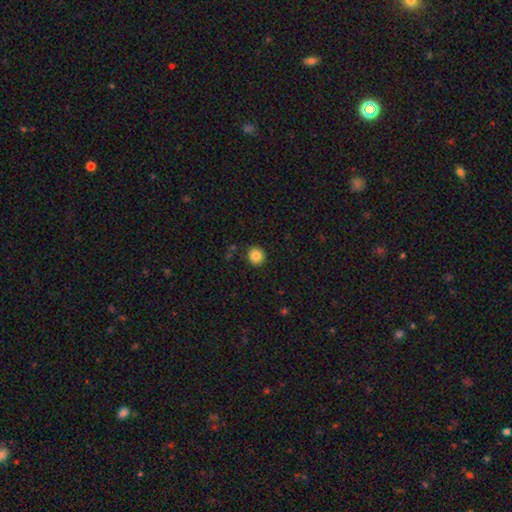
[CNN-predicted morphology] Smooth or featured? Predicted: smooth (p=0.86). How rounded? Predicted: round (p=0.91). Merging? Predicted: none (p=0.90).